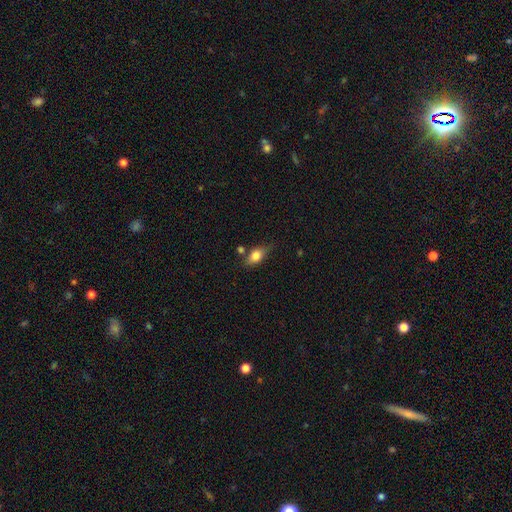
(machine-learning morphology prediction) type=smooth (75%); roundness=in between (79%); merging=none (63%).